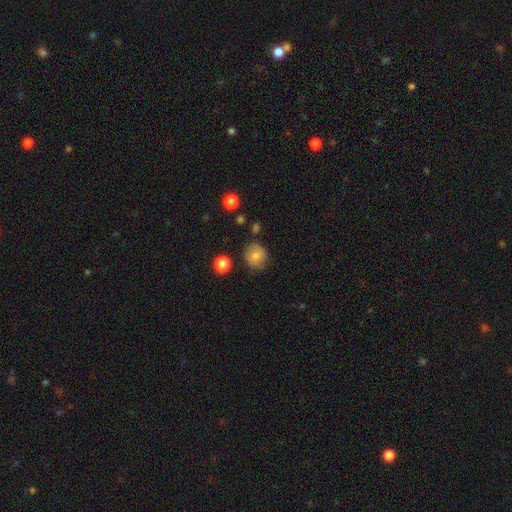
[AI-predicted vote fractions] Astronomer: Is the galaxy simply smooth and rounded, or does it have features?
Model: smooth — 79%.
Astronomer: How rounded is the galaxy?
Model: round — 83%.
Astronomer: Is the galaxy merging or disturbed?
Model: none — 76%.